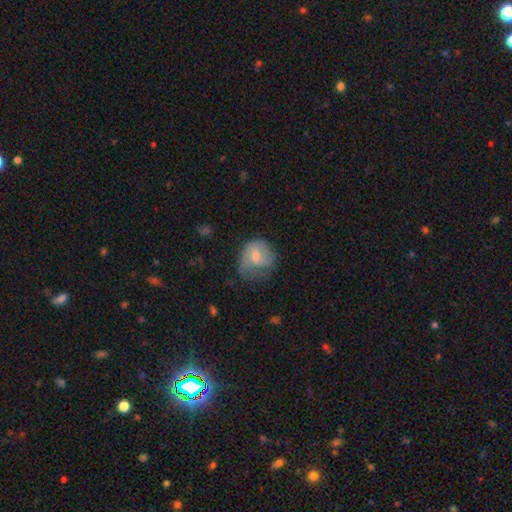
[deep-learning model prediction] smooth-or-featured: smooth: 49% | featured or disk: 44% | star or artifact: 8%
  merging: none: 46% | minor disturbance: 32% | major disturbance: 21% | merger: 2%